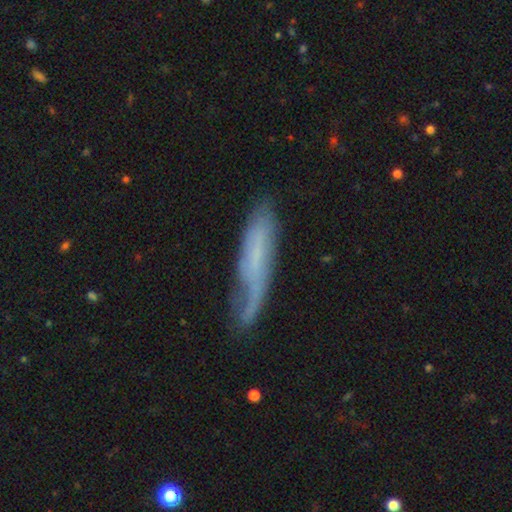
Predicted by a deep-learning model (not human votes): Smooth or featured?
  - featured or disk: 50% *
  - smooth: 41%
  - star or artifact: 9%
Merging?
  - none: 53% *
  - minor disturbance: 29%
  - major disturbance: 14%
  - merger: 4%